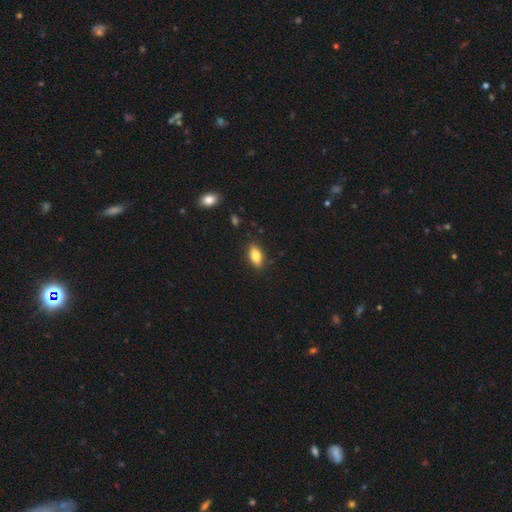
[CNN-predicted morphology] This appears to be a smooth galaxy with no disk features (80%) that is in between round and cigar-shaped (86%). Merging: none (86%).